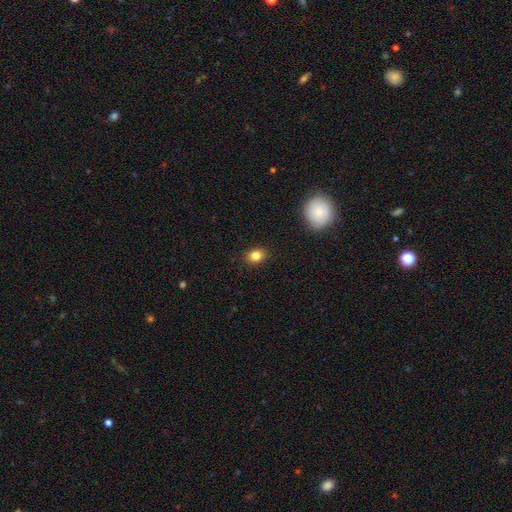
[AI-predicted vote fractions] A smooth galaxy with no disk features (84%) that is in between round and cigar-shaped (56%).

Vote fractions:
- Smooth or featured? smooth: 84% / star or artifact: 10% / featured or disk: 6%
- How rounded? in between: 56% / round: 43% / cigar-shaped: 1%
- Merging? none: 89% / minor disturbance: 8% / major disturbance: 2% / merger: 1%